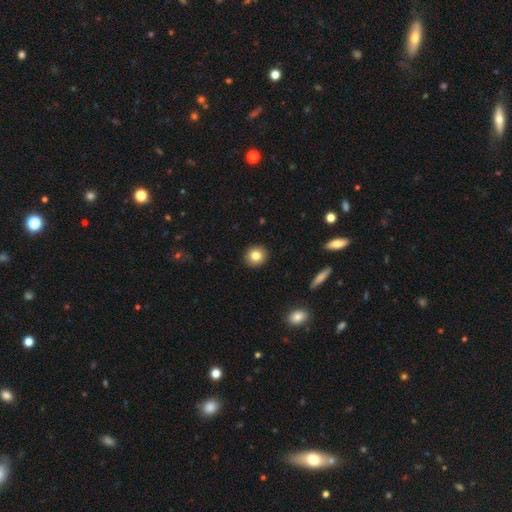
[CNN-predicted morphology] Overall: smooth (81%). How rounded: round (89%). Merging: none (92%).